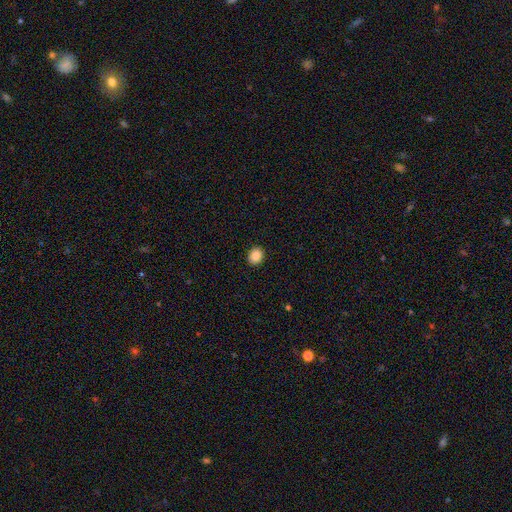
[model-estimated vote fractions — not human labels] smooth_or_featured: smooth (p=0.87) [alt: star or artifact p=0.09]
how_rounded: round (p=0.60) [alt: in between p=0.39]
merging: none (p=0.92) [alt: minor disturbance p=0.06]